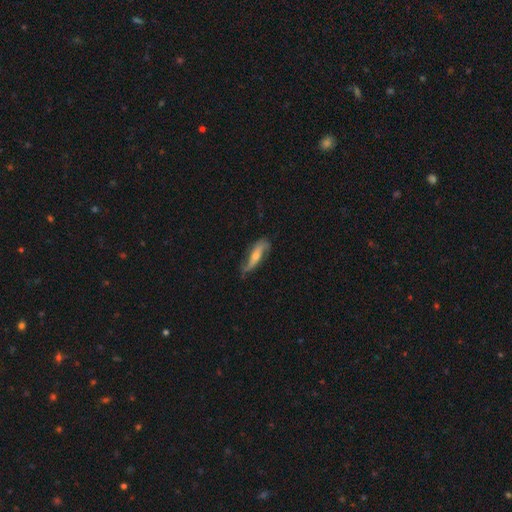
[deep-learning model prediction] Overall: featured or disk (68%). Edge-on disk: no (68%; yes 32%). Merging: none (66%).